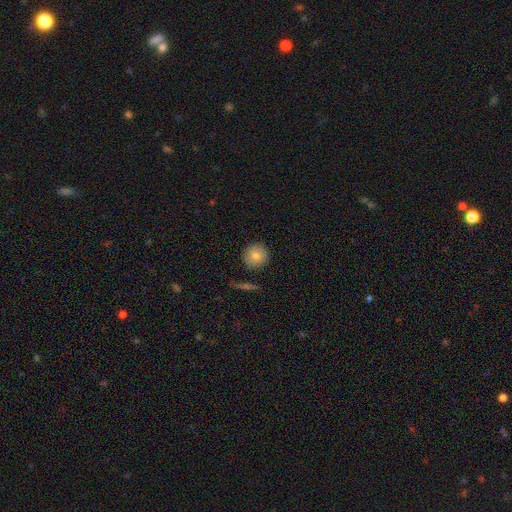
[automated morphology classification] smooth-or-featured: smooth: 82% | featured or disk: 10% | star or artifact: 8%
  how-rounded: round: 93% | in between: 6% | cigar-shaped: 1%
  merging: none: 88% | minor disturbance: 8% | merger: 2% | major disturbance: 2%